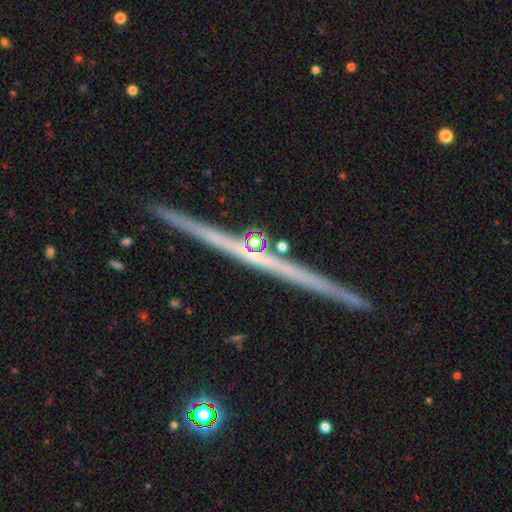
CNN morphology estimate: This is likely a featured or disk galaxy (75%). It is clearly viewed edge-on (98%). Edge-on bulge: likely none (76%). Merging: clearly none (90%).